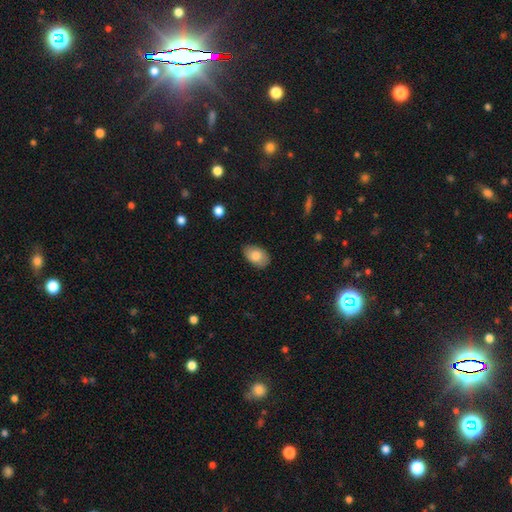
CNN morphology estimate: Overall: smooth (81%). How rounded: in between (89%). Merging: none (81%).